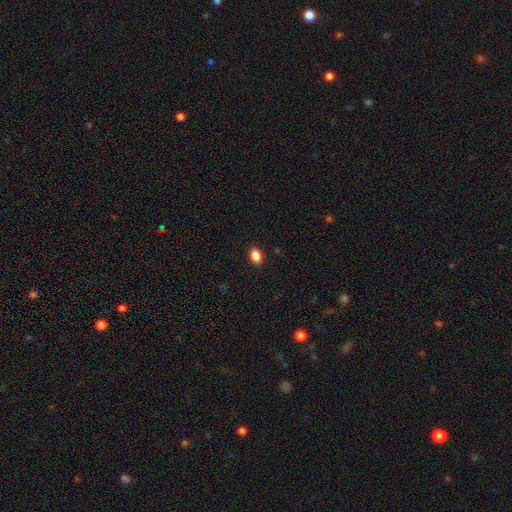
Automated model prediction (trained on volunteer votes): Overall: smooth (87%). How rounded: in between (82%). Merging: none (89%).